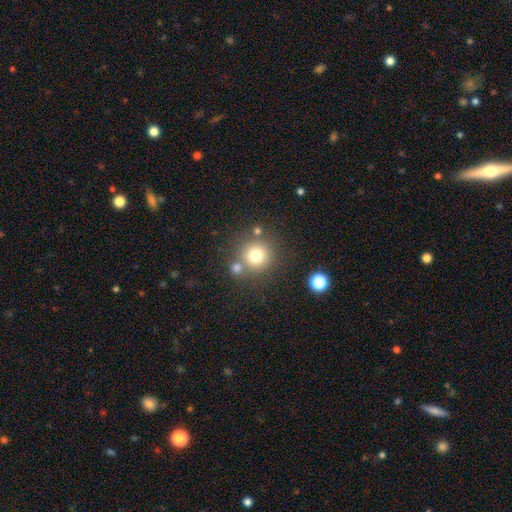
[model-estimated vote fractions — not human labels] Smooth or featured: smooth — 75% (star or artifact — 14%)
How rounded: round — 94% (in between — 5%)
Merging: none — 73% (merger — 15%)